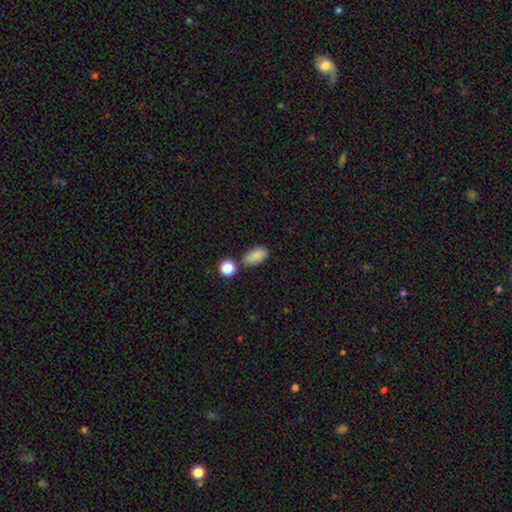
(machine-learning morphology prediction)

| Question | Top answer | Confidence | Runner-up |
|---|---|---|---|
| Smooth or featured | smooth | 87% | star or artifact (8%) |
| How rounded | in between | 90% | round (6%) |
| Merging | none | 75% | minor disturbance (12%) |